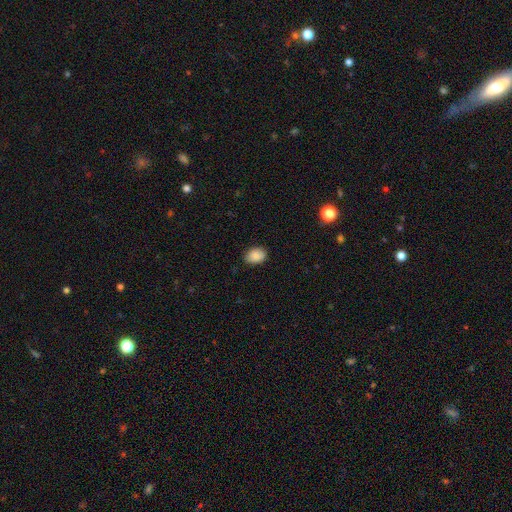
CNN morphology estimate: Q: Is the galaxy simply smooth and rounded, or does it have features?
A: smooth — 89%.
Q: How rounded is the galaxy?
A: in between — 71%.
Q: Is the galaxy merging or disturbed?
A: none — 82%.